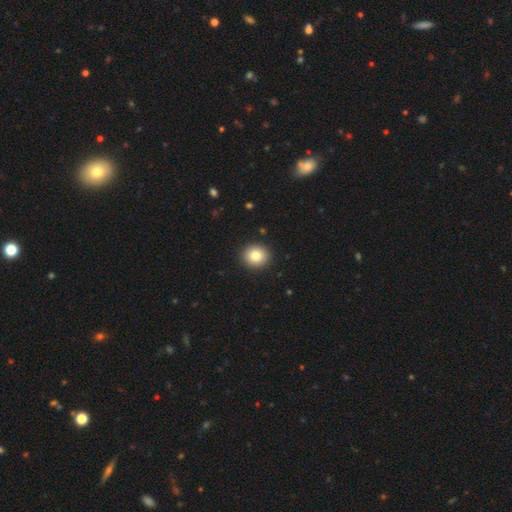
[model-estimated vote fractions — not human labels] Smooth or featured: smooth — 82% (star or artifact — 10%)
How rounded: round — 84% (in between — 15%)
Merging: none — 92% (minor disturbance — 5%)